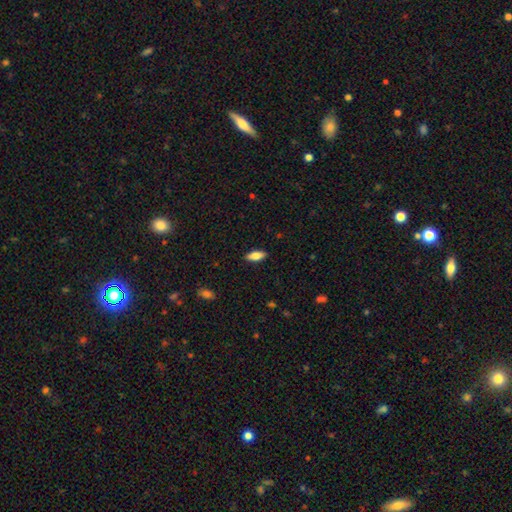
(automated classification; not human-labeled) Overall: smooth (76%). How rounded: in between (75%). Merging: none (89%).